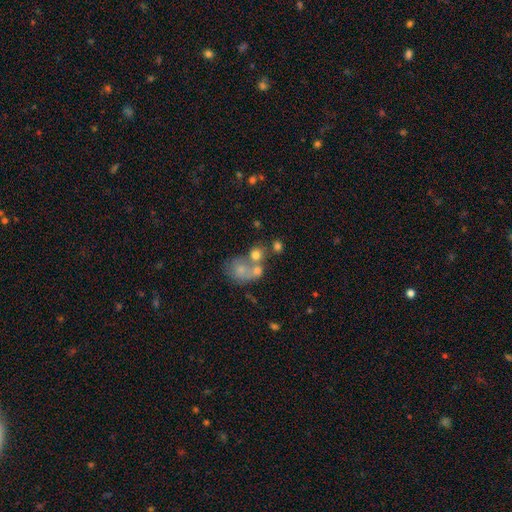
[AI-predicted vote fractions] A smooth galaxy with no disk features (58%) that is round (65%).

Vote fractions:
- Smooth or featured? smooth: 58% / featured or disk: 25% / star or artifact: 17%
- How rounded? round: 65% / in between: 34% / cigar-shaped: 1%
- Merging? merger: 50% / none: 32% / minor disturbance: 9% / major disturbance: 9%